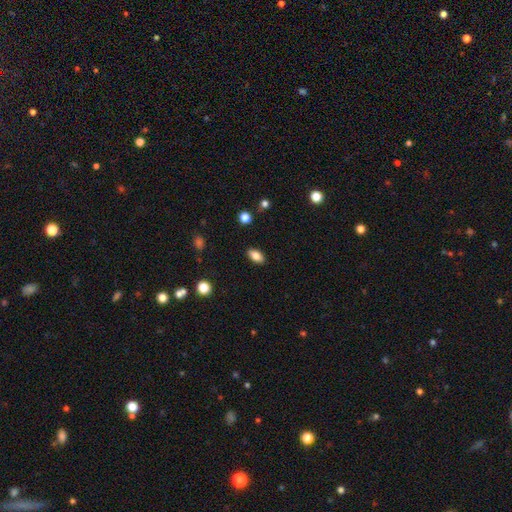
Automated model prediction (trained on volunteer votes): The model was most divided on "smooth or featured": smooth: 83%, star or artifact: 9%, featured or disk: 9%. More confident: how rounded — in between (90%); merging — none (88%).